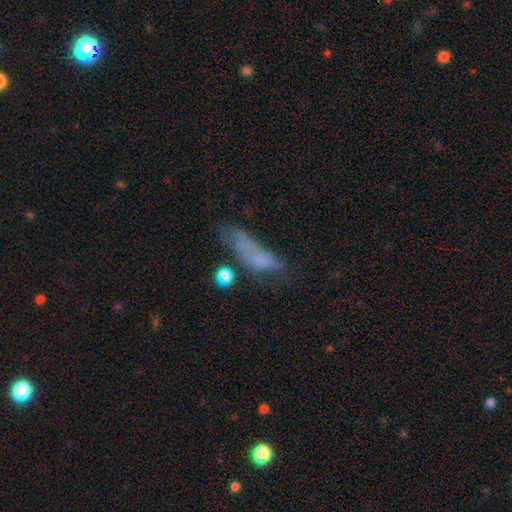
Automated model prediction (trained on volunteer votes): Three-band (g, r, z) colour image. It shows a smooth galaxy with no disk features (52%) that is in between round and cigar-shaped (51%). Merging: major disturbance (33%).